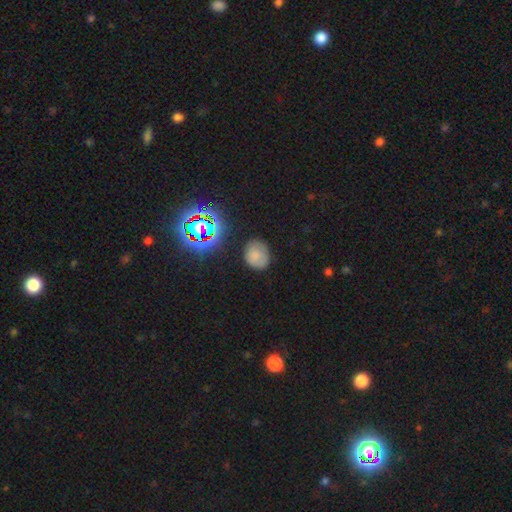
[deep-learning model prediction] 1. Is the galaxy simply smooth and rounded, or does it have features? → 70% smooth, 18% star or artifact, 12% featured or disk.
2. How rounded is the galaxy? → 63% round, 36% in between, 1% cigar-shaped.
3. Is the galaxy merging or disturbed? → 74% none, 19% minor disturbance, 5% major disturbance, 2% merger.